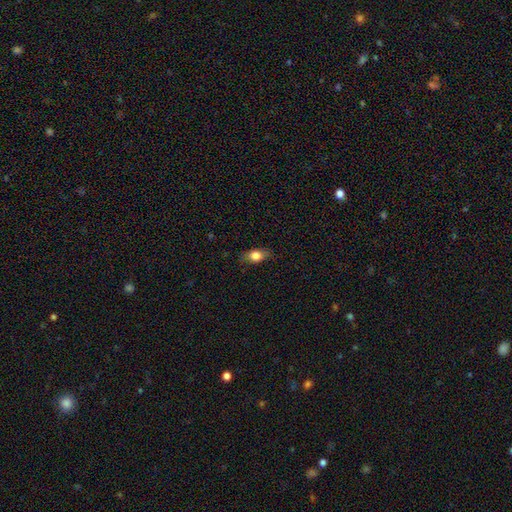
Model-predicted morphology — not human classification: smooth_or_featured: smooth (p=0.76) [alt: featured or disk p=0.15]
how_rounded: in between (p=0.74) [alt: round p=0.18]
merging: none (p=0.79) [alt: minor disturbance p=0.16]